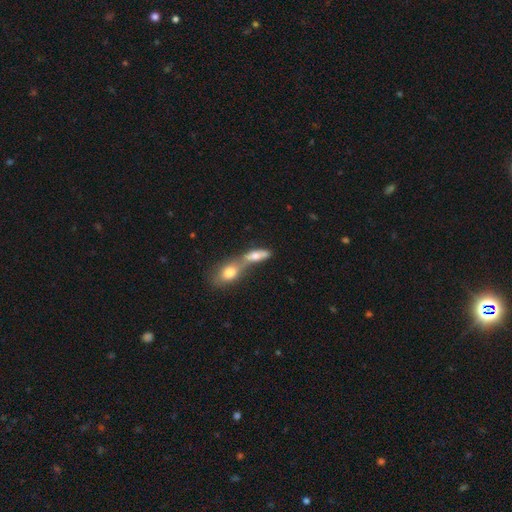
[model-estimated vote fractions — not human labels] The model was most divided on "smooth or featured": smooth: 67%, featured or disk: 24%, star or artifact: 9%. More confident: merging — merger (71%); how rounded — in between (67%).